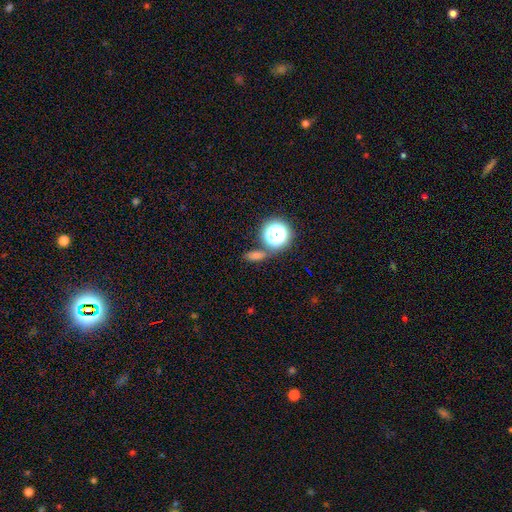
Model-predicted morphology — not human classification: The model was most divided on "how rounded": in between: 52%, round: 35%, cigar-shaped: 12%. More confident: merging — none (70%); smooth or featured — smooth (62%).